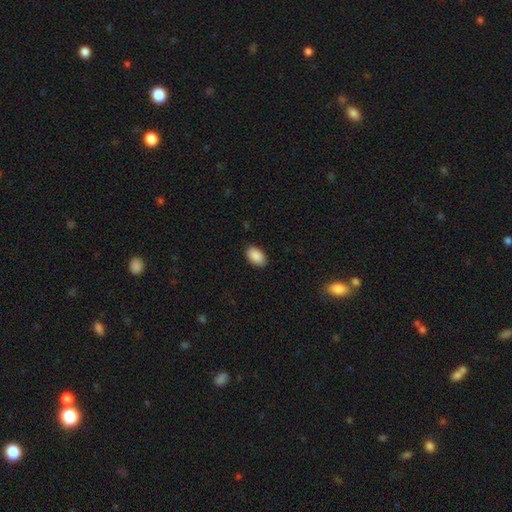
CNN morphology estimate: The model was most divided on "merging": none: 89%, minor disturbance: 8%, major disturbance: 2%, merger: 1%. More confident: how rounded — in between (94%); smooth or featured — smooth (90%).